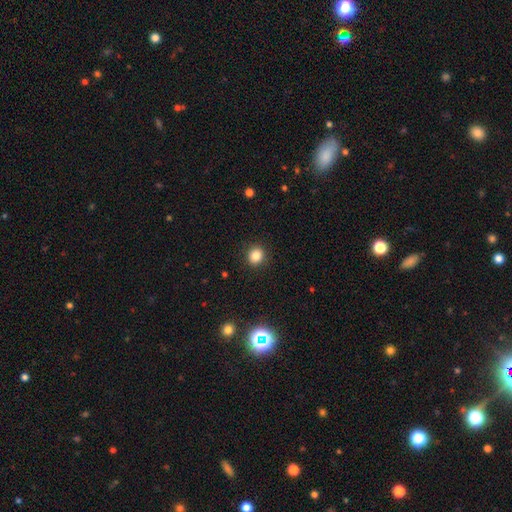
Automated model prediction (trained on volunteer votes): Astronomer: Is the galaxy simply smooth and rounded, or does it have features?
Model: smooth — 83%.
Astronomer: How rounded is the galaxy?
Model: round — 80%.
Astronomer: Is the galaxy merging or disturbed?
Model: none — 91%.